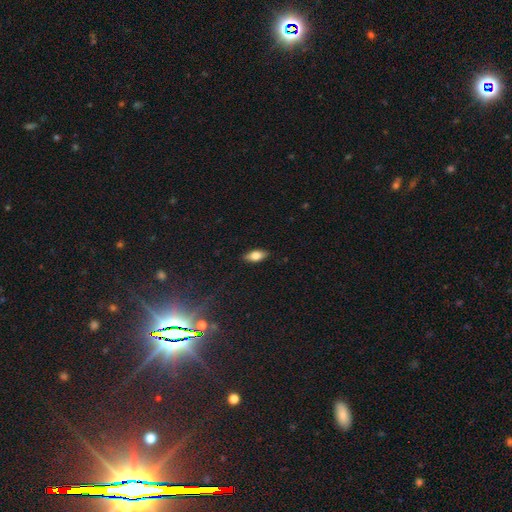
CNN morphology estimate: A smooth galaxy with no disk features (73%) that is in between round and cigar-shaped (82%).

Vote fractions:
- Smooth or featured? smooth: 73% / featured or disk: 20% / star or artifact: 7%
- How rounded? in between: 82% / cigar-shaped: 14% / round: 3%
- Merging? none: 88% / minor disturbance: 9% / major disturbance: 2% / merger: 1%